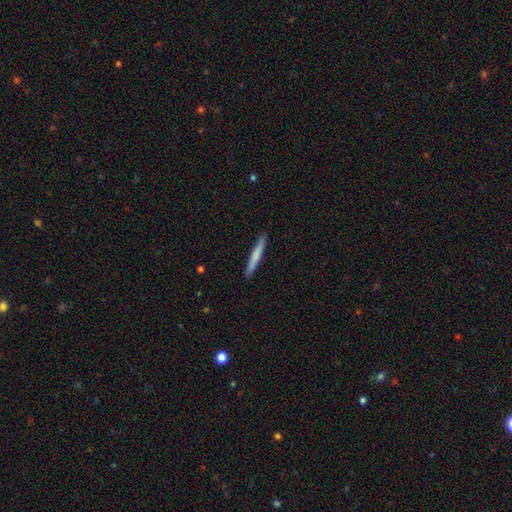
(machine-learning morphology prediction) smooth 70%, featured or disk 25%, star or artifact 5%. Down the decision tree: how rounded — cigar-shaped (96%); merging — none (91%).